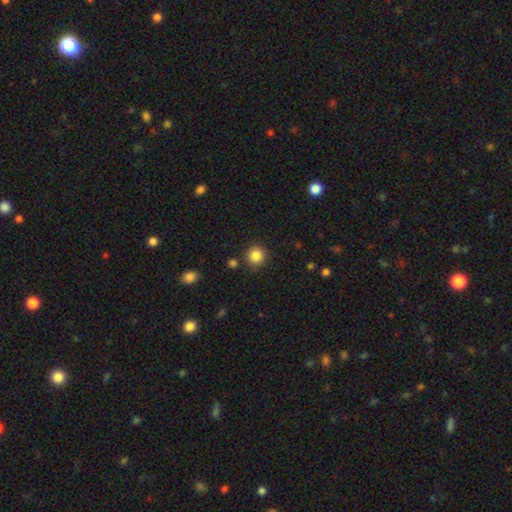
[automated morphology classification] Smooth or featured?
  - smooth: 86% *
  - star or artifact: 10%
  - featured or disk: 4%
How rounded?
  - round: 92% *
  - in between: 7%
  - cigar-shaped: 1%
Merging?
  - none: 87% *
  - minor disturbance: 7%
  - merger: 3%
  - major disturbance: 3%